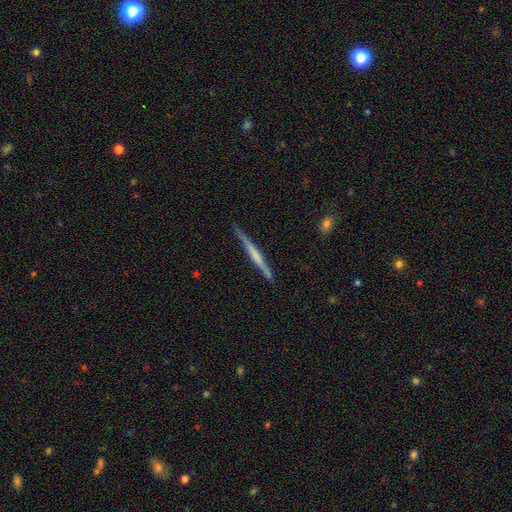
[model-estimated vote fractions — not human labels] featured or disk 60%, smooth 34%, star or artifact 6%. Down the decision tree: edge-on disk — yes (98%); edge-on bulge — none (54%); merging — none (85%).